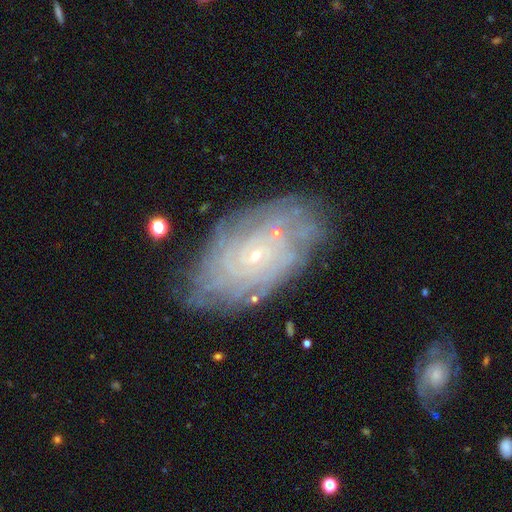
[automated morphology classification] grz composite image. It shows a featured or disk galaxy (79%) with no bar (80%), tight (80%) spiral arms (91%) and a small central bulge (89%). Merging: none (76%).